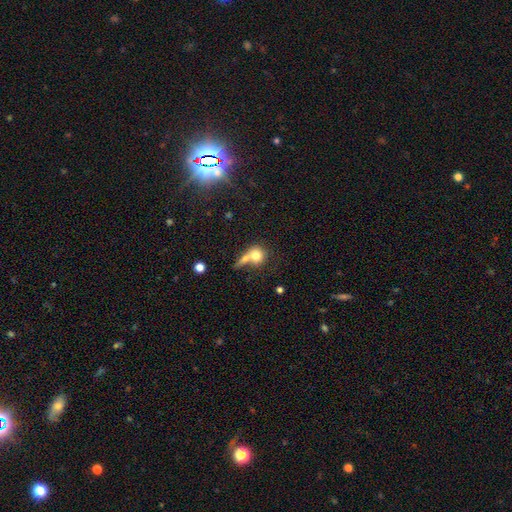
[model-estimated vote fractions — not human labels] Overall: smooth (74%). How rounded: round (73%). Merging: merger (48%; none 31%).